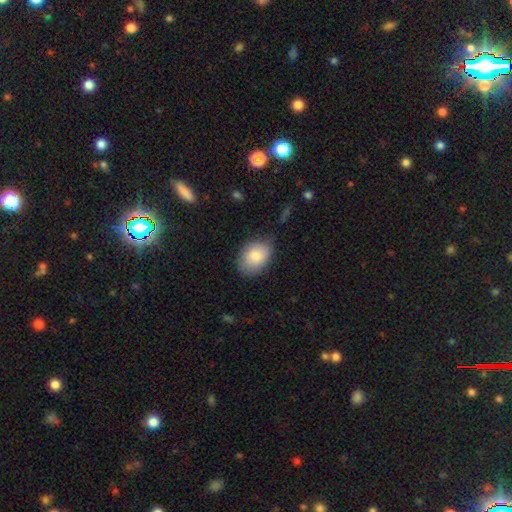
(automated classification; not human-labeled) smooth_or_featured: smooth (p=0.84) [alt: featured or disk p=0.09]
how_rounded: in between (p=0.81) [alt: round p=0.18]
merging: none (p=0.72) [alt: minor disturbance p=0.22]